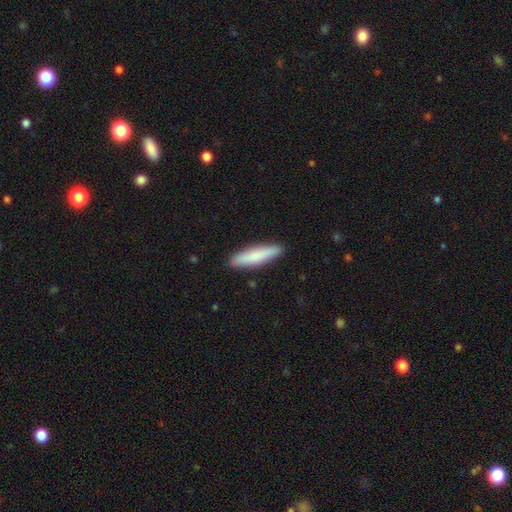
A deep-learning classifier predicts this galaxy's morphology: Smooth or featured?
  - smooth: 79% *
  - featured or disk: 15%
  - star or artifact: 5%
How rounded?
  - cigar-shaped: 82% *
  - in between: 17%
  - round: 1%
Merging?
  - none: 90% *
  - minor disturbance: 7%
  - major disturbance: 1%
  - merger: 1%